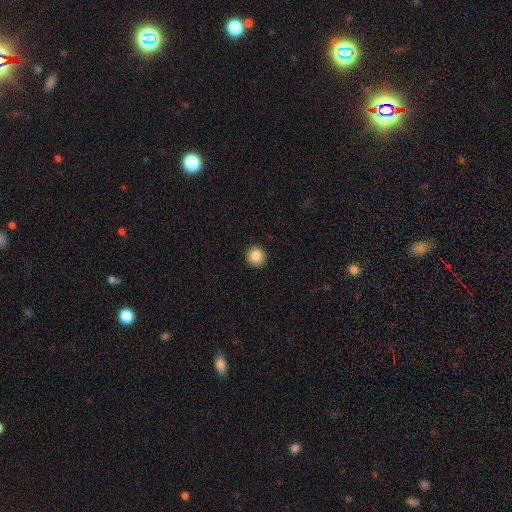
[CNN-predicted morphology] smooth 87%, star or artifact 9%, featured or disk 4%. Down the decision tree: how rounded — round (95%); merging — none (93%).